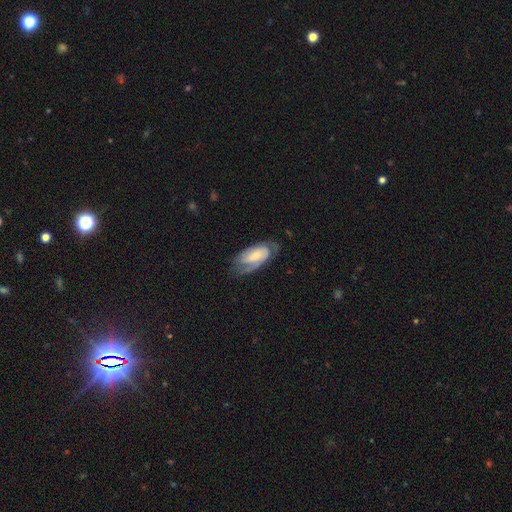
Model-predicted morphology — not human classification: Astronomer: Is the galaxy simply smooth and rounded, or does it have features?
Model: featured or disk — 71%.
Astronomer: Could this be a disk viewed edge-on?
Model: no — 95%.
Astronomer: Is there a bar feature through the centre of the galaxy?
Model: no — 49% (runner-up: weak, 36%).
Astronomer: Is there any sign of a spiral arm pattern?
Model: yes — 93%.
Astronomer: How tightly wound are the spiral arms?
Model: tight — 51% (runner-up: medium, 38%).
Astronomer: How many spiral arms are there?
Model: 2 — 71%.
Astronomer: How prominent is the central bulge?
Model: small — 51% (runner-up: moderate, 26%).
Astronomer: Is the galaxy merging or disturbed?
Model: none — 67%.